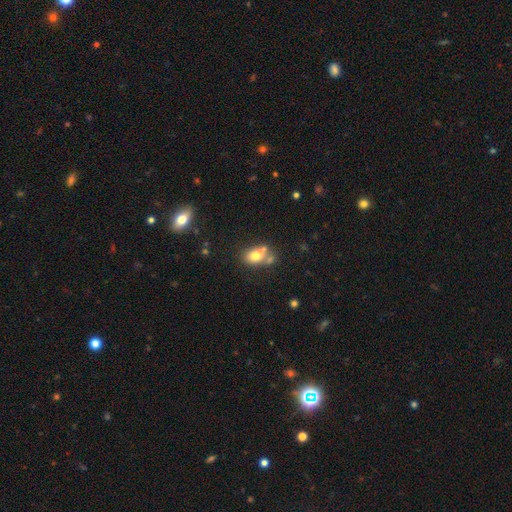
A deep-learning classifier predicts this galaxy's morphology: Smooth or featured? Predicted: smooth (p=0.72). How rounded? Predicted: in between (p=0.77). Merging? Predicted: none (p=0.47).